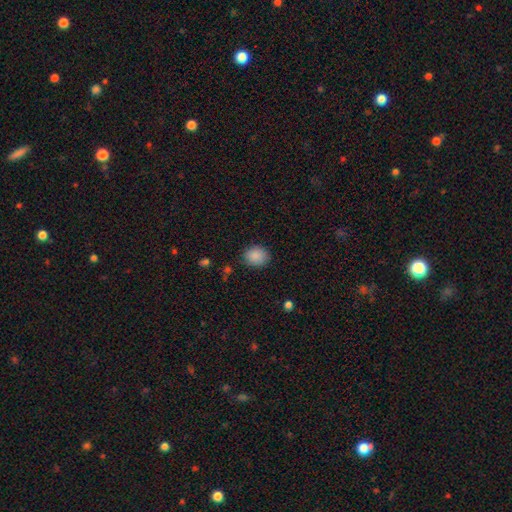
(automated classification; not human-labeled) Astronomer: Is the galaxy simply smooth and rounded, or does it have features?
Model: smooth — 88%.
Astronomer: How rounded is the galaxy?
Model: round — 65%.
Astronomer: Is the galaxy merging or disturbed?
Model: none — 84%.